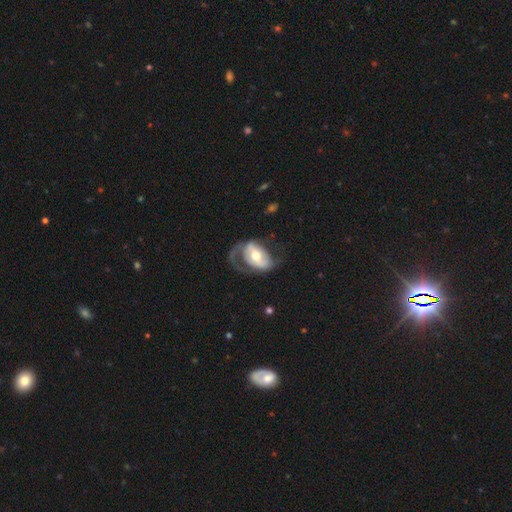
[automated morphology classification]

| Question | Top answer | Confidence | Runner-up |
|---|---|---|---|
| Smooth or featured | featured or disk | 68% | smooth (27%) |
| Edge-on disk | no | 95% | yes (5%) |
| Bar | no | 44% | weak (32%) |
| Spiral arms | yes | 74% | no (26%) |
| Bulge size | moderate | 70% | small (17%) |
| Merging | major disturbance | 41% | none (36%) |